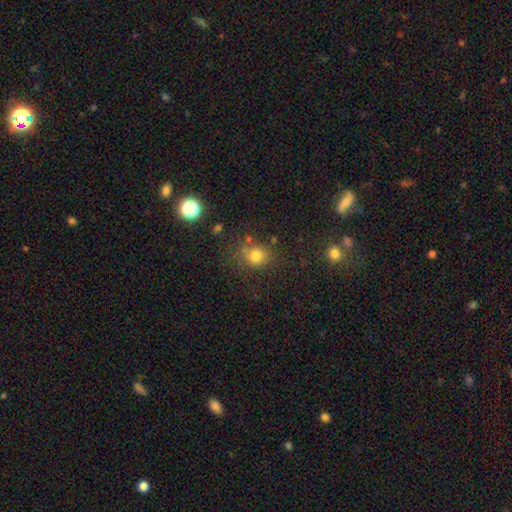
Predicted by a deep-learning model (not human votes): A smooth galaxy with no disk features (74%) that is round (73%).

Vote fractions:
- Smooth or featured? smooth: 74% / star or artifact: 17% / featured or disk: 9%
- How rounded? round: 73% / in between: 26% / cigar-shaped: 1%
- Merging? none: 68% / minor disturbance: 17% / merger: 7% / major disturbance: 7%